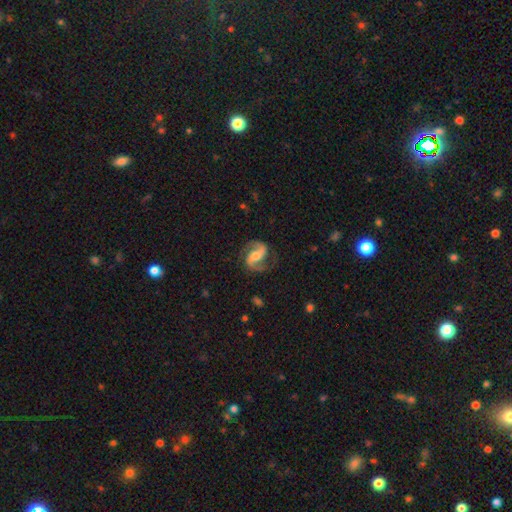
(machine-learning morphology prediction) Smooth or featured? Predicted: featured or disk (p=0.89). Edge-on disk? Predicted: no (p=0.98). Bar? Predicted: weak (p=0.39). Spiral arms? Predicted: yes (p=0.97). Spiral winding? Predicted: medium (p=0.53). Spiral arm count? Predicted: 2 (p=0.93). Bulge size? Predicted: moderate (p=0.58). Merging? Predicted: none (p=0.81).